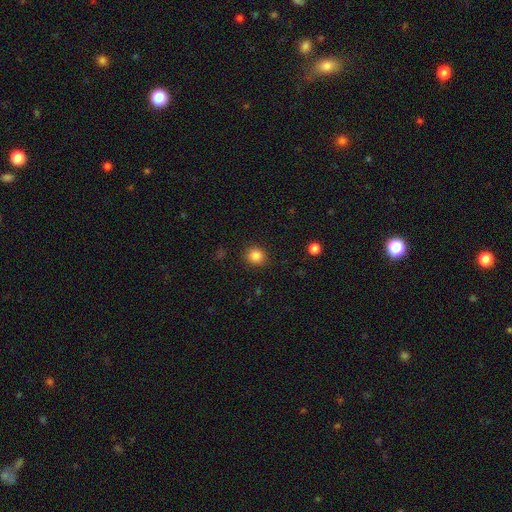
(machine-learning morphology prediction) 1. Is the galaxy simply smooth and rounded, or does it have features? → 85% smooth, 11% star or artifact, 4% featured or disk.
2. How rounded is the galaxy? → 83% round, 16% in between, 1% cigar-shaped.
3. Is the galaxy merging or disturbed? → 89% none, 8% minor disturbance, 2% major disturbance, 1% merger.